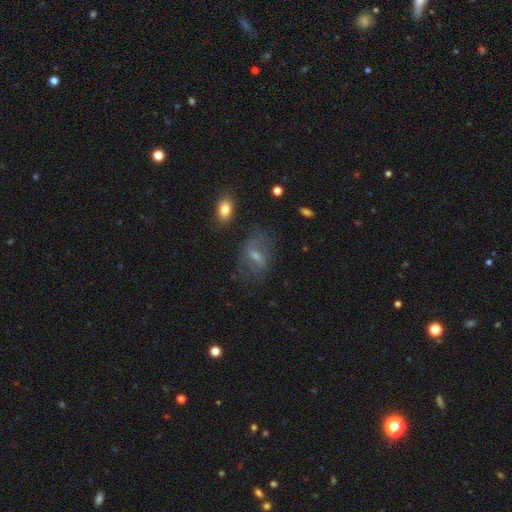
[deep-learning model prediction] A featured or disk galaxy (45%).

Vote fractions:
- Smooth or featured? featured or disk: 45% / smooth: 37% / star or artifact: 17%
- Merging? none: 61% / minor disturbance: 20% / major disturbance: 16% / merger: 3%